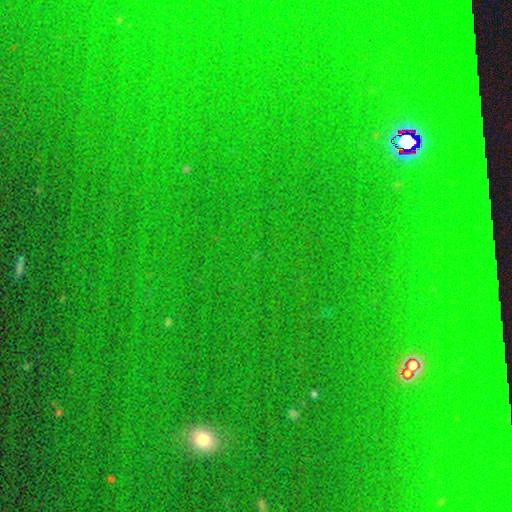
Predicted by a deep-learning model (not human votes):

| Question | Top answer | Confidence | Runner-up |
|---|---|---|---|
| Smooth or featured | star or artifact | 74% | smooth (17%) |